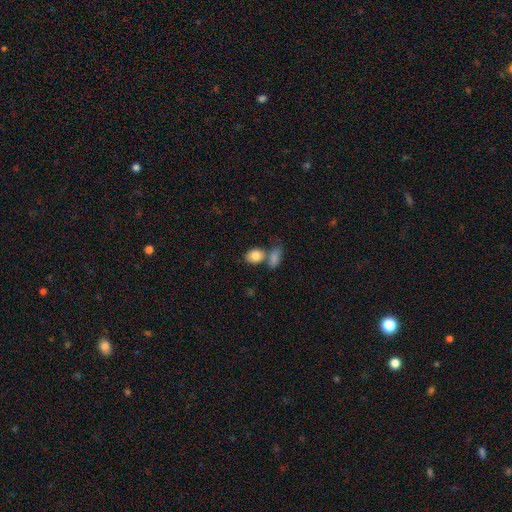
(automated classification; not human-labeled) Smooth or featured?
  - smooth: 84% *
  - featured or disk: 9%
  - star or artifact: 8%
How rounded?
  - in between: 71% *
  - round: 27%
  - cigar-shaped: 2%
Merging?
  - none: 45% *
  - merger: 39%
  - minor disturbance: 11%
  - major disturbance: 4%